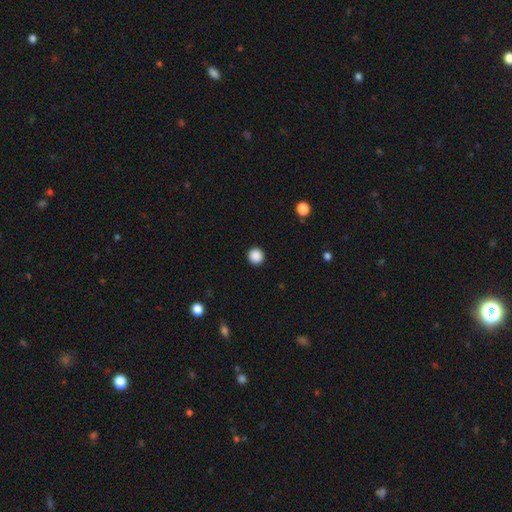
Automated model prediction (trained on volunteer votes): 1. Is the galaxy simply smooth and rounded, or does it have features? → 88% smooth, 10% star or artifact, 2% featured or disk.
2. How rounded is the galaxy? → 95% round, 4% in between, 1% cigar-shaped.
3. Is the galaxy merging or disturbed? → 93% none, 4% minor disturbance, 2% major disturbance, 1% merger.